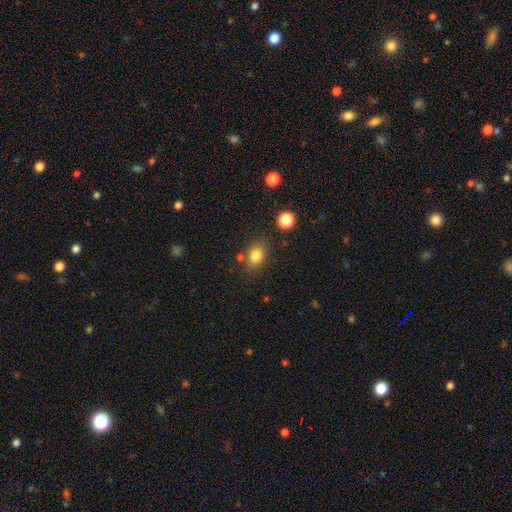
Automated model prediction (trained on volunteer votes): Q: Smooth or featured?
A: smooth (82%); runner-up: star or artifact (11%)
Q: How rounded?
A: in between (52%); runner-up: round (47%)
Q: Merging?
A: none (75%); runner-up: minor disturbance (14%)